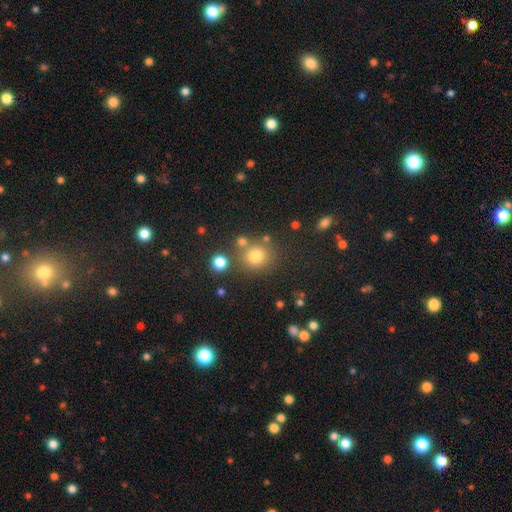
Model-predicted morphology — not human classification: Smooth or featured: smooth — 76% (star or artifact — 16%)
How rounded: round — 87% (in between — 12%)
Merging: none — 73% (merger — 13%)